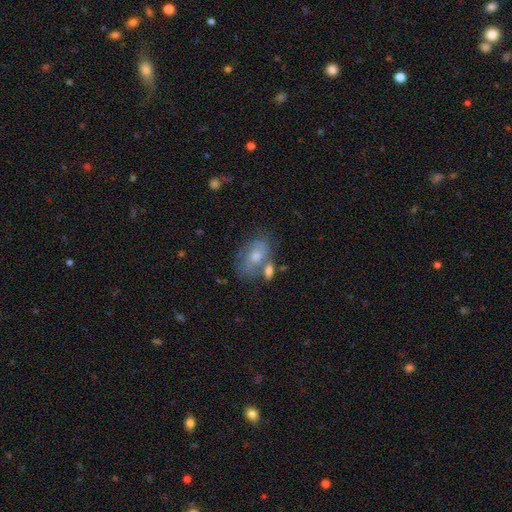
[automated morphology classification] The model was most divided on "smooth or featured": smooth: 49%, featured or disk: 42%, star or artifact: 9%. Remaining: merging — none (45%).